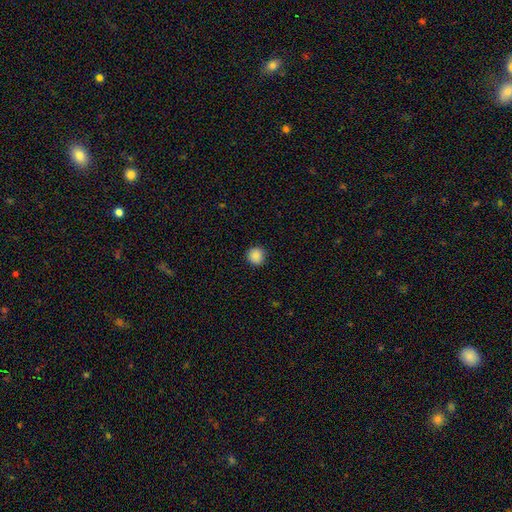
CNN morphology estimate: smooth 87%, star or artifact 9%, featured or disk 3%. Down the decision tree: how rounded — round (94%); merging — none (91%).